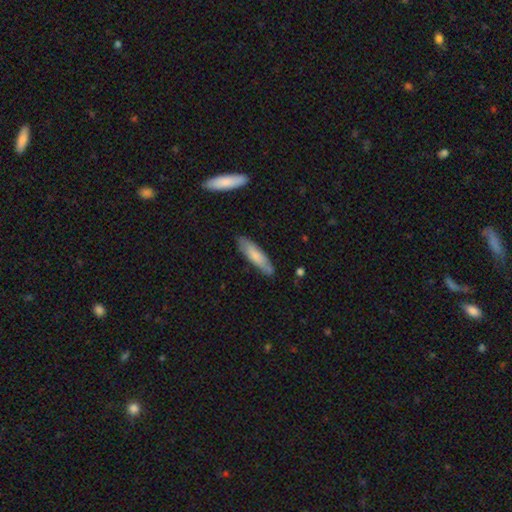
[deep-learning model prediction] smooth_or_featured: smooth (p=0.72) [alt: featured or disk p=0.22]
how_rounded: cigar-shaped (p=0.71) [alt: in between p=0.28]
merging: none (p=0.83) [alt: minor disturbance p=0.13]